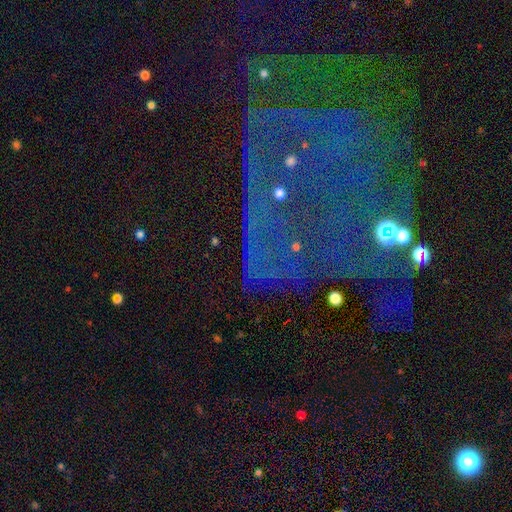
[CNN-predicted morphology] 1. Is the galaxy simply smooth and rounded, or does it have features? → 73% star or artifact, 14% featured or disk, 12% smooth.